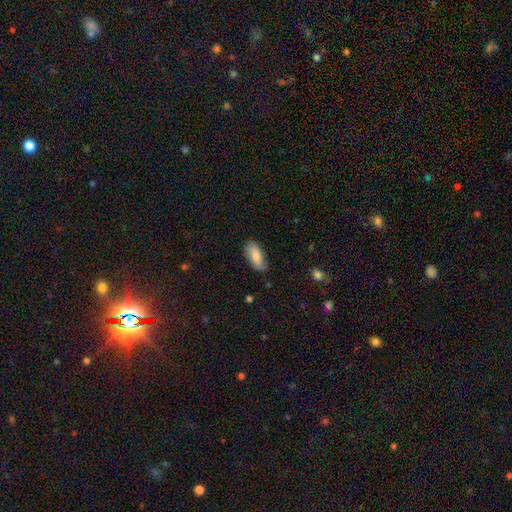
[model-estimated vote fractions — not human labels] Morphology: type=smooth (76%); roundness=in between (84%); merging=none (77%).